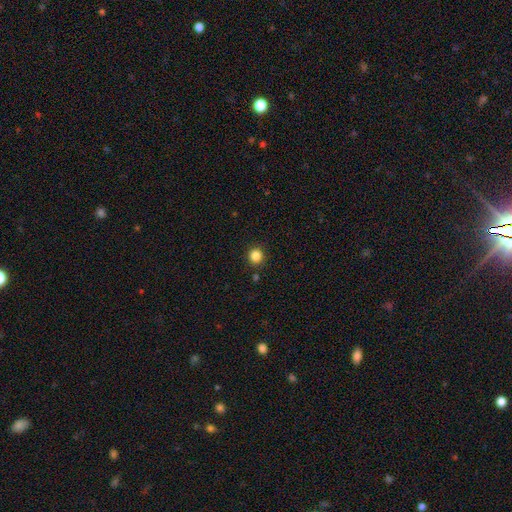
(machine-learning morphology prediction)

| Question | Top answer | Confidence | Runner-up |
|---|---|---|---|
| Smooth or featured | smooth | 84% | star or artifact (12%) |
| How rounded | round | 90% | in between (9%) |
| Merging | none | 90% | minor disturbance (6%) |